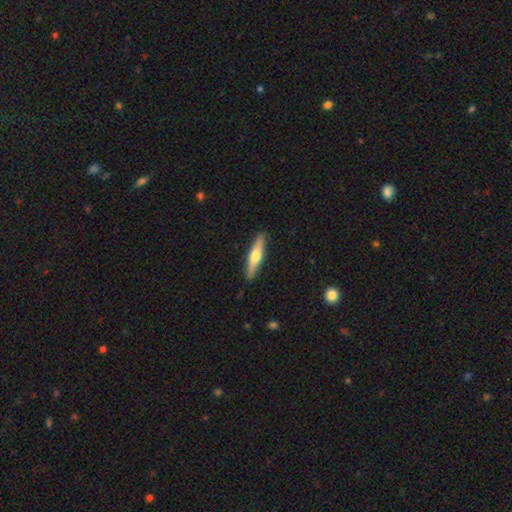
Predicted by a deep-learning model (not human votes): Smooth or featured? smooth (49%)
Merging? none (90%)